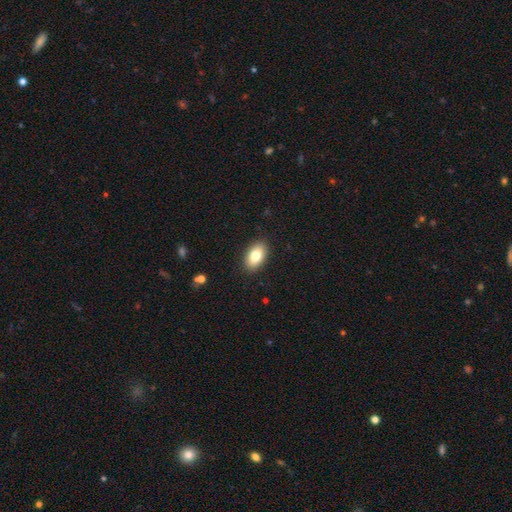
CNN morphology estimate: A smooth galaxy with no disk features (79%) that is in between round and cigar-shaped (92%). Merging: none (89%).